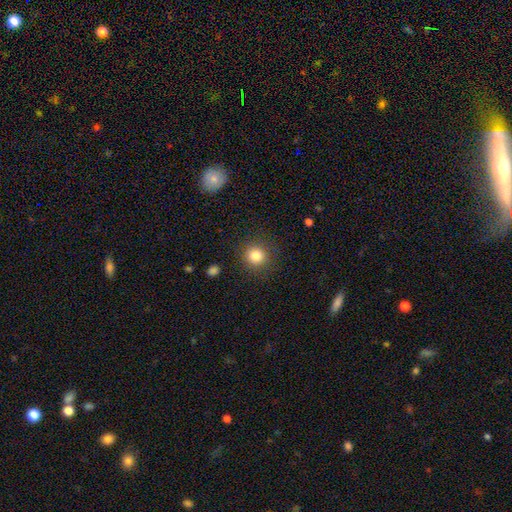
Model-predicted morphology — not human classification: A smooth galaxy with no disk features (83%) that is round (92%). Merging: none (89%).